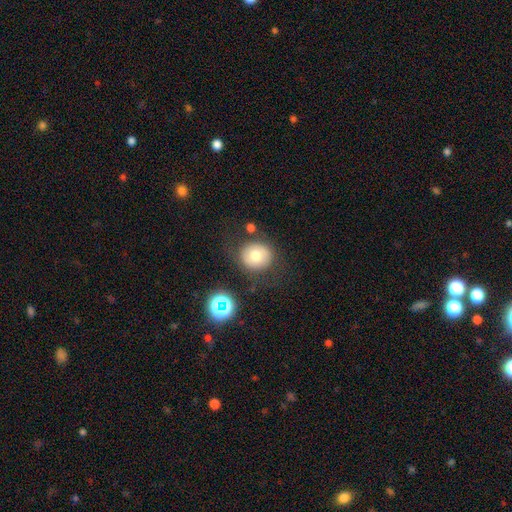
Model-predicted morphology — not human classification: type=smooth (67%); roundness=round (84%); merging=none (75%).